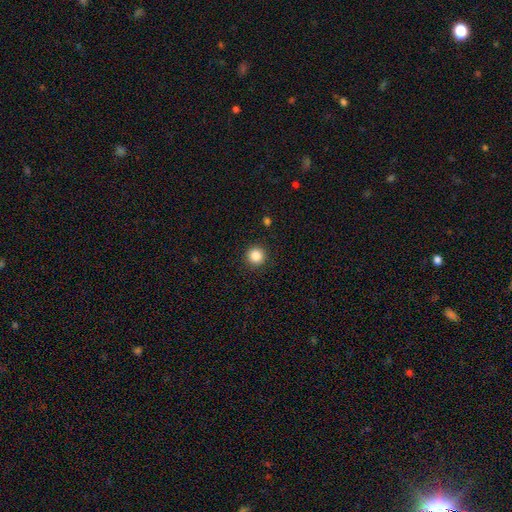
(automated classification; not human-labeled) This is clearly a smooth galaxy (86%). How rounded: clearly round (95%). Merging: clearly none (92%).